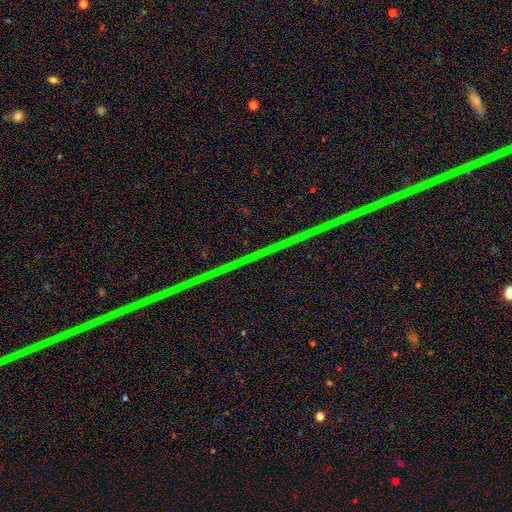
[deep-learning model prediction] Q: Smooth or featured?
A: star or artifact (90%); runner-up: featured or disk (6%)